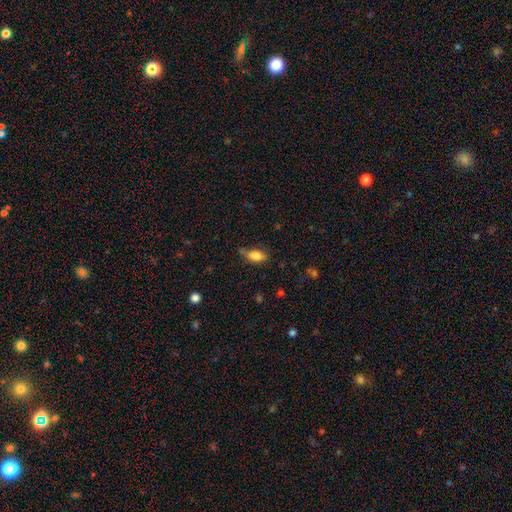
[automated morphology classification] The model was most divided on "merging": none: 62%, minor disturbance: 27%, major disturbance: 7%, merger: 5%. More confident: how rounded — in between (87%); smooth or featured — smooth (84%).